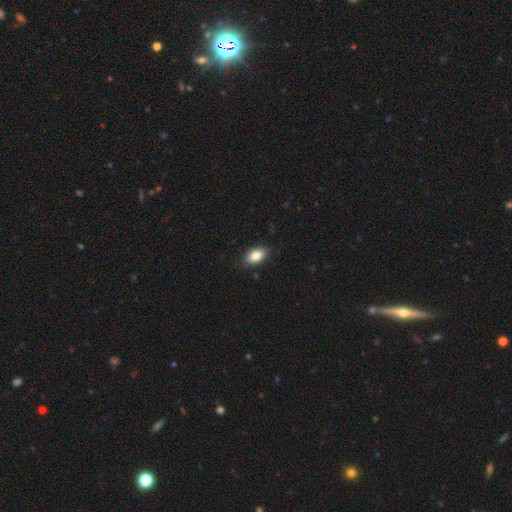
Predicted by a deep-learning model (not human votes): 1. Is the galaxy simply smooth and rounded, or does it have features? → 87% smooth, 7% star or artifact, 6% featured or disk.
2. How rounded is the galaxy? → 90% in between, 8% round, 2% cigar-shaped.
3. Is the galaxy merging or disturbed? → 86% none, 11% minor disturbance, 2% major disturbance, 1% merger.